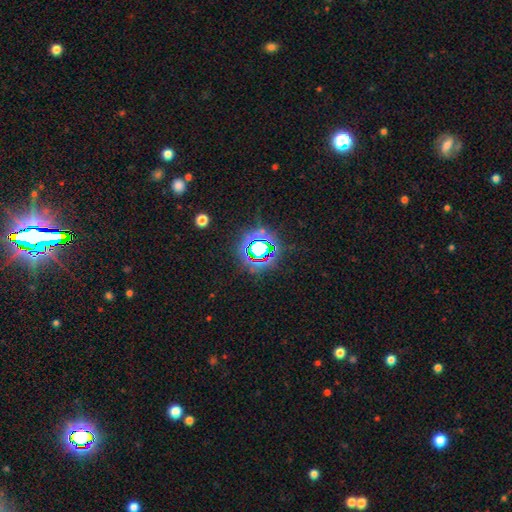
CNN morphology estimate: type=star or artifact (76%).